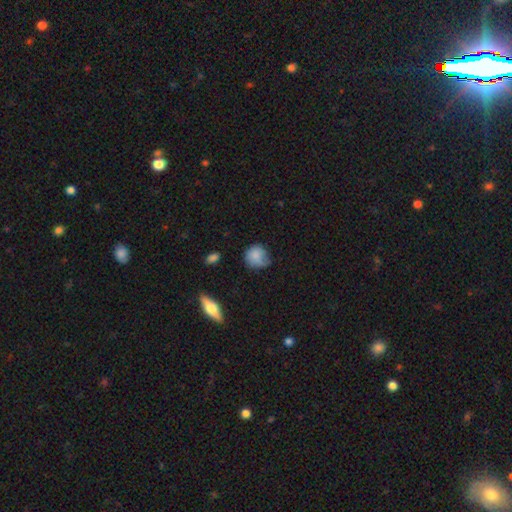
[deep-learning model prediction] The model was most divided on "merging": none: 55%, minor disturbance: 34%, major disturbance: 8%, merger: 2%. More confident: how rounded — round (82%); smooth or featured — smooth (82%).